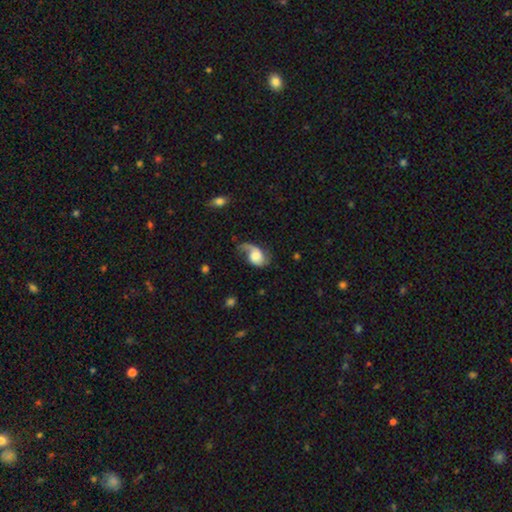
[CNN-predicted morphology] A featured or disk galaxy (61%) with no bar (64%), 1 (48%) loose (60%) spiral arms (90%) and a large central bulge (32%).

Vote fractions:
- Smooth or featured? featured or disk: 61% / smooth: 31% / star or artifact: 7%
- Edge-on disk? no: 97% / yes: 3%
- Bar? no: 64% / weak: 29% / strong: 6%
- Spiral arms? yes: 90% / no: 10%
- Spiral winding? loose: 60% / medium: 30% / tight: 11%
- Spiral arm count? 1: 48% / 2: 46% / can't tell: 4% / 3: 1% / 4: 1% / more than 4: 1%
- Bulge size? large: 32% / moderate: 27% / small: 17% / none: 15% / dominant: 8%
- Merging? none: 35% / major disturbance: 34% / minor disturbance: 28% / merger: 3%